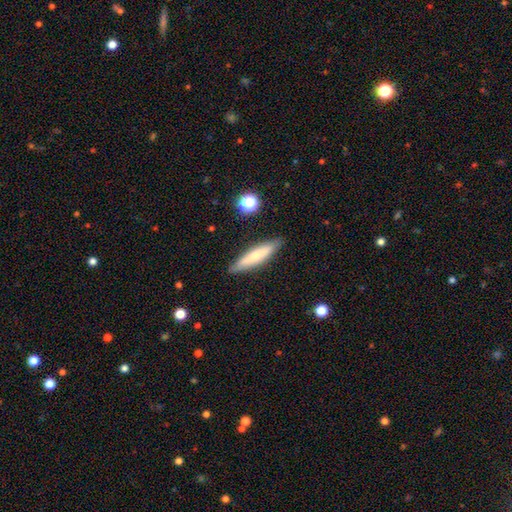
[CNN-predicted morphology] A smooth galaxy with no disk features (64%) that is cigar-shaped (85%).

Vote fractions:
- Smooth or featured? smooth: 64% / featured or disk: 29% / star or artifact: 7%
- How rounded? cigar-shaped: 85% / in between: 14% / round: 1%
- Merging? none: 87% / minor disturbance: 9% / major disturbance: 2% / merger: 1%